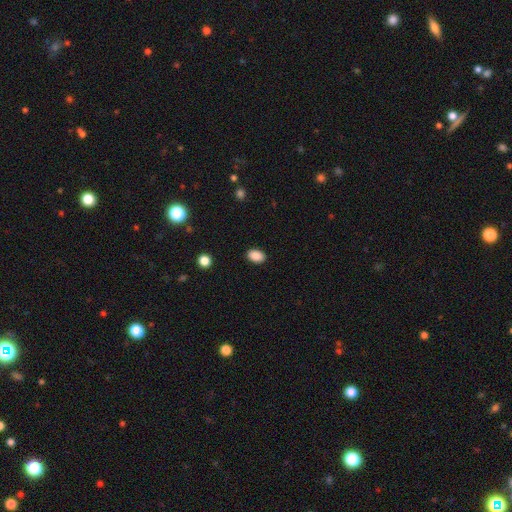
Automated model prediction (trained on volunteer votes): This appears to be a smooth galaxy with no disk features (89%) that is in between round and cigar-shaped (83%). Merging: none (90%).